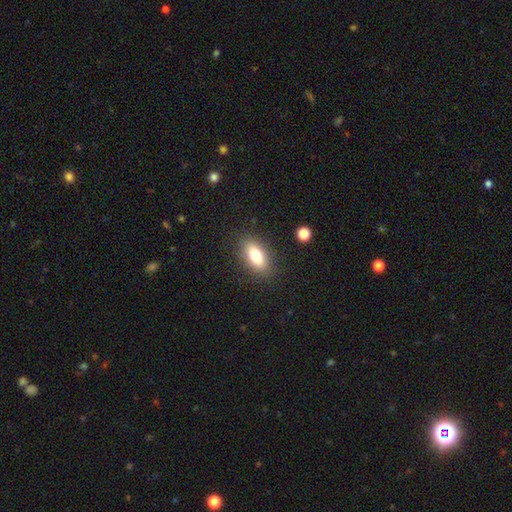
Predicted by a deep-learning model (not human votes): The model was most divided on "smooth or featured": smooth: 76%, featured or disk: 15%, star or artifact: 8%. More confident: merging — none (86%); how rounded — in between (84%).